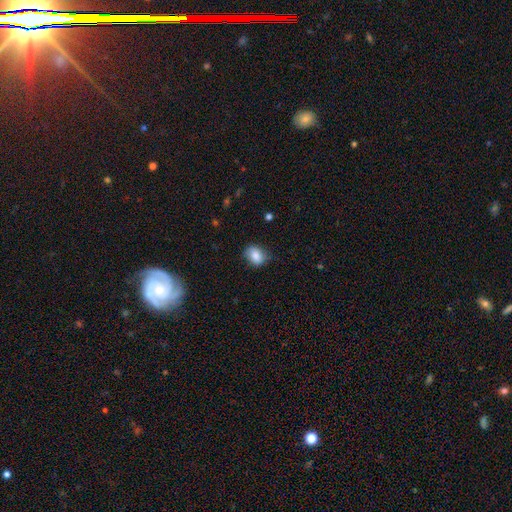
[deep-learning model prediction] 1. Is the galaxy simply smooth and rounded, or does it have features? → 83% smooth, 9% featured or disk, 8% star or artifact.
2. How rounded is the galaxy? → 62% in between, 37% round, 1% cigar-shaped.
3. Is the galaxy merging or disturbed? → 69% none, 24% minor disturbance, 6% major disturbance, 1% merger.